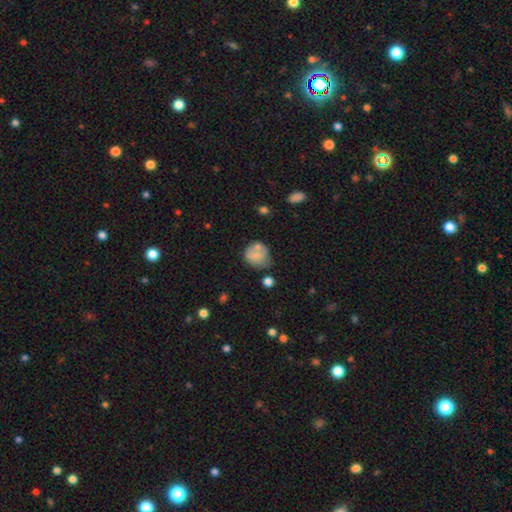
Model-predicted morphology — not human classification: A smooth galaxy with no disk features (71%) that is round (76%). Merging: none (51%).